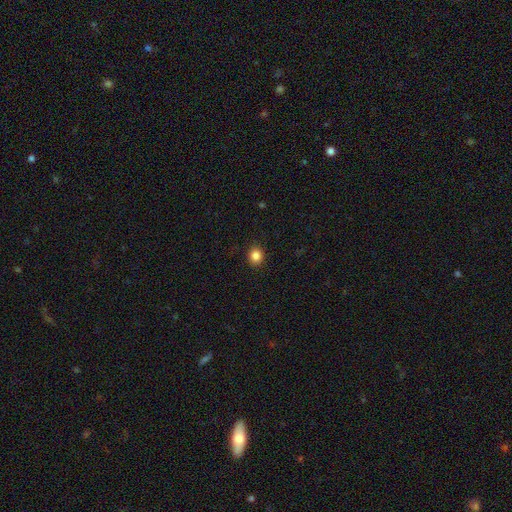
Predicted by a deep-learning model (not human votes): Smooth or featured? Predicted: smooth (p=0.85). How rounded? Predicted: round (p=0.77). Merging? Predicted: none (p=0.91).